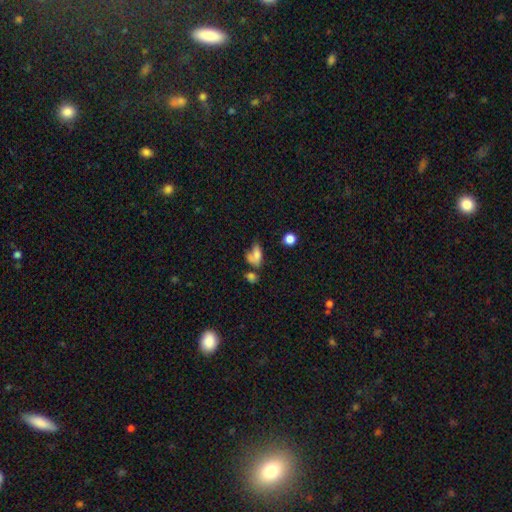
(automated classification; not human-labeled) This appears to be a smooth galaxy with no disk features (66%) that is in between round and cigar-shaped (82%). Merging: merger (29%).